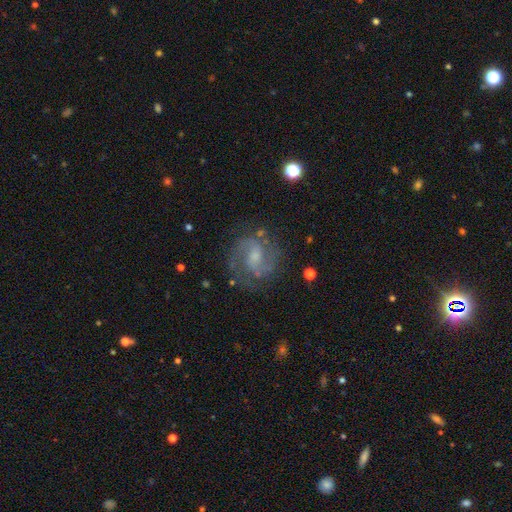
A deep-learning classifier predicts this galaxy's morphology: smooth_or_featured: featured or disk (p=0.86) [alt: smooth p=0.08]
disk_edge_on: no (p=0.98) [alt: yes p=0.02]
bar: weak (p=0.53) [alt: no p=0.35]
has_spiral_arms: yes (p=0.97) [alt: no p=0.03]
spiral_winding: medium (p=0.56) [alt: tight p=0.31]
spiral_arm_count: 2 (p=0.84) [alt: can't tell p=0.06]
bulge_size: small (p=0.47) [alt: moderate p=0.34]
merging: none (p=0.77) [alt: minor disturbance p=0.14]